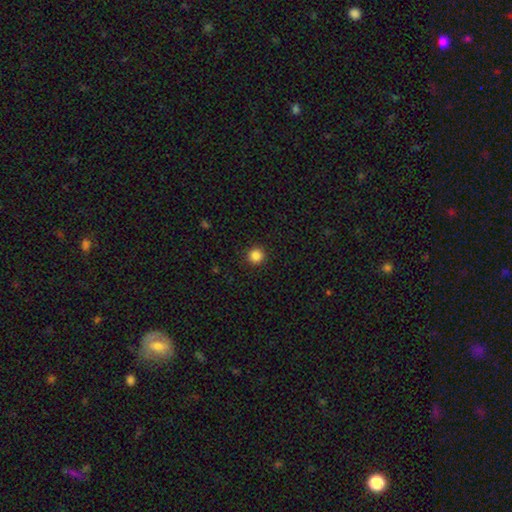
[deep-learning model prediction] Smooth or featured?
  - smooth: 86% *
  - star or artifact: 11%
  - featured or disk: 3%
How rounded?
  - round: 96% *
  - in between: 3%
  - cigar-shaped: 1%
Merging?
  - none: 93% *
  - minor disturbance: 4%
  - major disturbance: 2%
  - merger: 1%